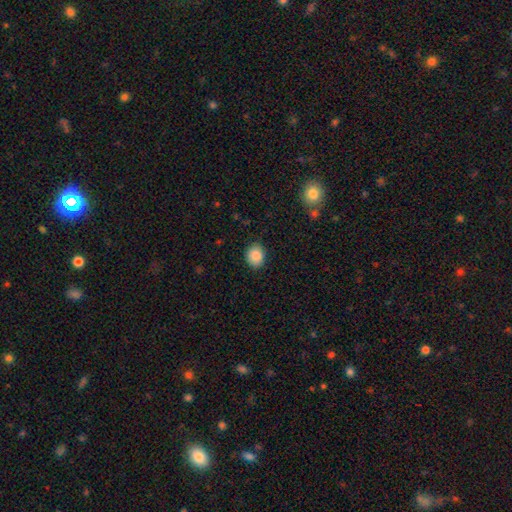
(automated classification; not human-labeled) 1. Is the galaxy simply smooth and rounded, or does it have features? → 87% smooth, 8% star or artifact, 5% featured or disk.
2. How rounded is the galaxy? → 55% round, 44% in between, 1% cigar-shaped.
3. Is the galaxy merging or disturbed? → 85% none, 12% minor disturbance, 2% major disturbance, 1% merger.